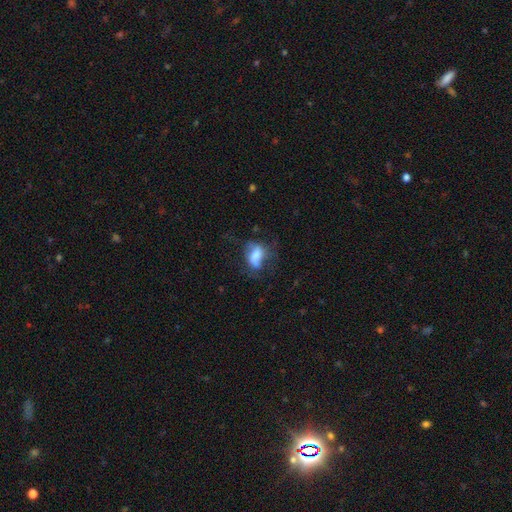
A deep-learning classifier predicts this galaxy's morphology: Smooth or featured: smooth — 59% (featured or disk — 32%)
How rounded: in between — 81% (round — 13%)
Merging: none — 47% (minor disturbance — 27%)